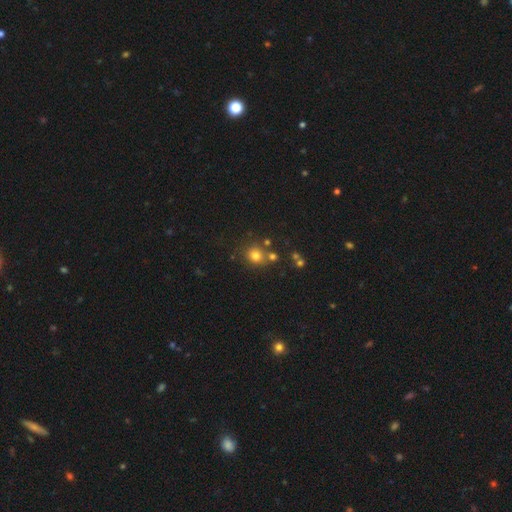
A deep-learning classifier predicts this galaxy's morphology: Overall: smooth (76%). How rounded: round (83%). Merging: none (71%).